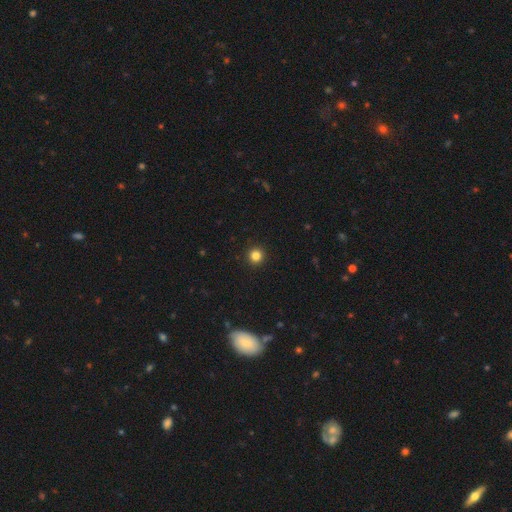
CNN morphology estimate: Smooth or featured? smooth (83%)
How rounded? round (96%)
Merging? none (94%)